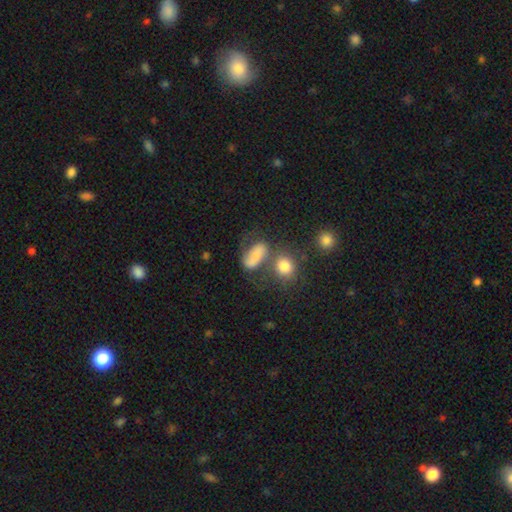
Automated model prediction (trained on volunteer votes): A smooth galaxy with no disk features (54%) that is in between round and cigar-shaped (75%). Merging: none (40%).